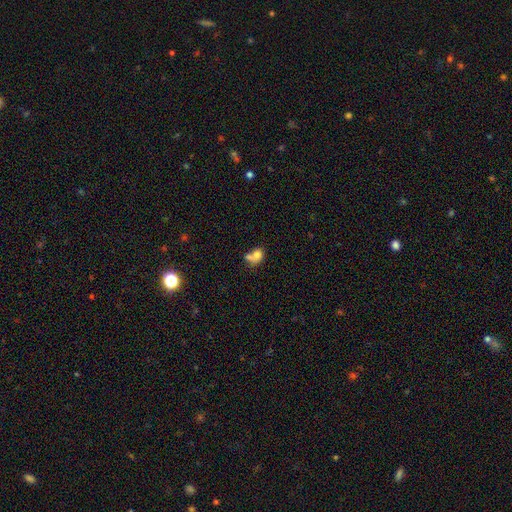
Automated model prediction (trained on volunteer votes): Q: Smooth or featured?
A: smooth (72%); runner-up: featured or disk (17%)
Q: How rounded?
A: in between (57%); runner-up: round (42%)
Q: Merging?
A: merger (56%); runner-up: none (24%)